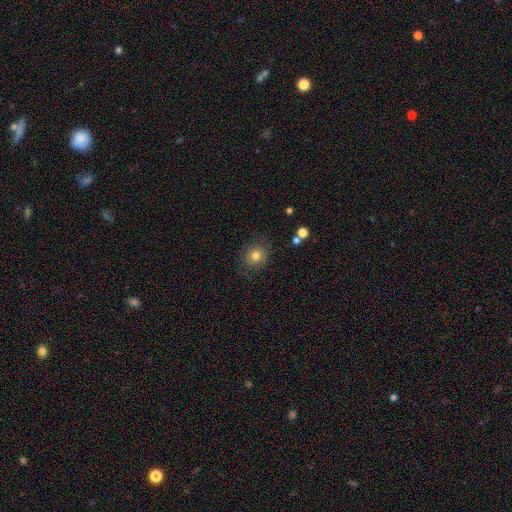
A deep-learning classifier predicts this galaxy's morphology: A smooth galaxy with no disk features (77%) that is round (78%). Merging: none (79%).